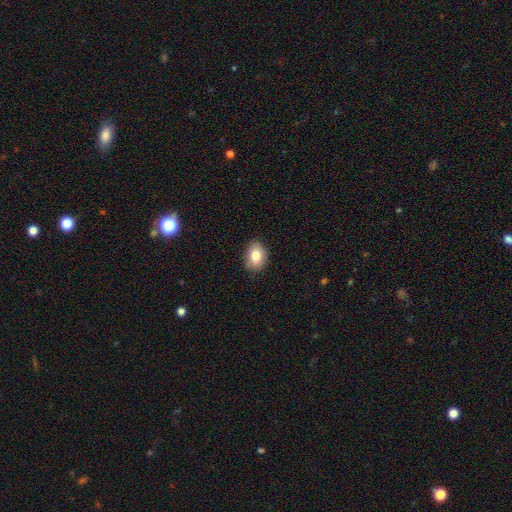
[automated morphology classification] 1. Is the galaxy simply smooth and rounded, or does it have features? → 81% smooth, 11% featured or disk, 8% star or artifact.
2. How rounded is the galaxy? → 74% in between, 24% round, 1% cigar-shaped.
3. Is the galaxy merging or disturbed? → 85% none, 12% minor disturbance, 2% major disturbance, 1% merger.